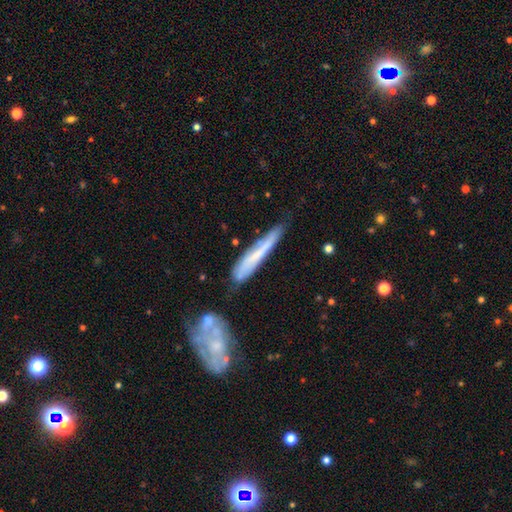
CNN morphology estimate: A smooth galaxy with no disk features (50%). Merging: none (60%).